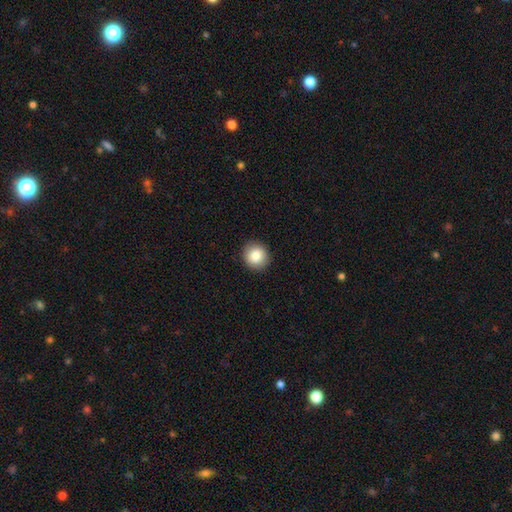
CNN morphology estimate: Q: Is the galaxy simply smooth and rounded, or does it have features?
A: smooth — 85%.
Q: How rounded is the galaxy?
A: round — 90%.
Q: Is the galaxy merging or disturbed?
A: none — 92%.